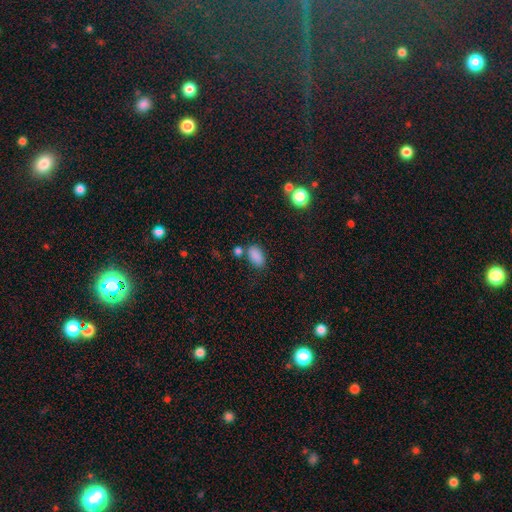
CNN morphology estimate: The model was most divided on "merging": none: 68%, minor disturbance: 15%, merger: 13%, major disturbance: 5%. More confident: how rounded — in between (91%); smooth or featured — smooth (86%).